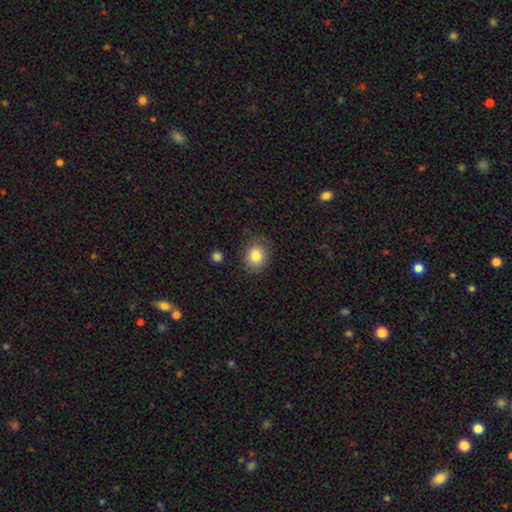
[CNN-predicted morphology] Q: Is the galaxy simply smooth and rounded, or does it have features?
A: smooth — 82%.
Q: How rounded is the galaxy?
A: round — 67%.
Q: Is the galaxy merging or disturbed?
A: none — 79%.